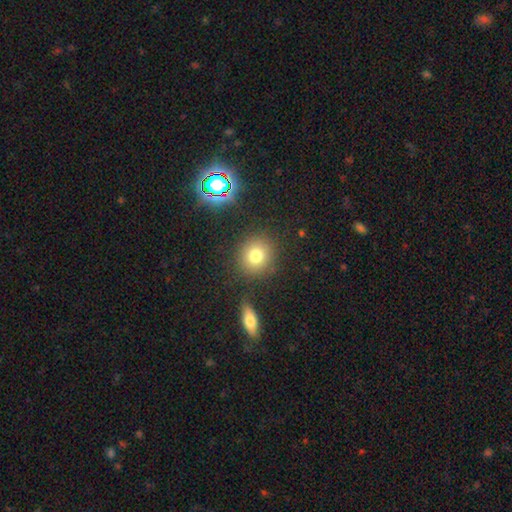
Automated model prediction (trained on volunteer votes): Smooth or featured? Predicted: smooth (p=0.77). How rounded? Predicted: round (p=0.85). Merging? Predicted: none (p=0.84).